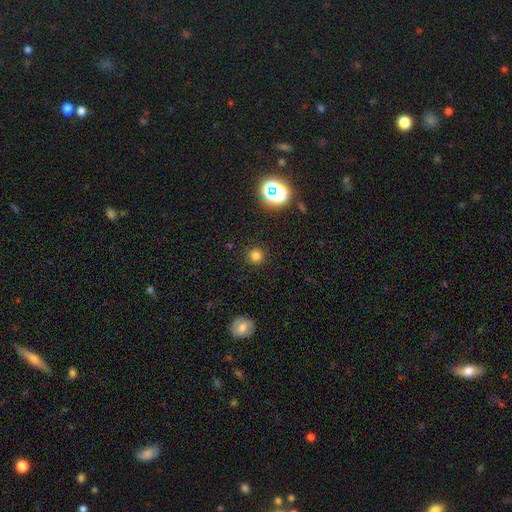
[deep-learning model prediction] A smooth galaxy with no disk features (77%) that is round (94%). Merging: none (91%).